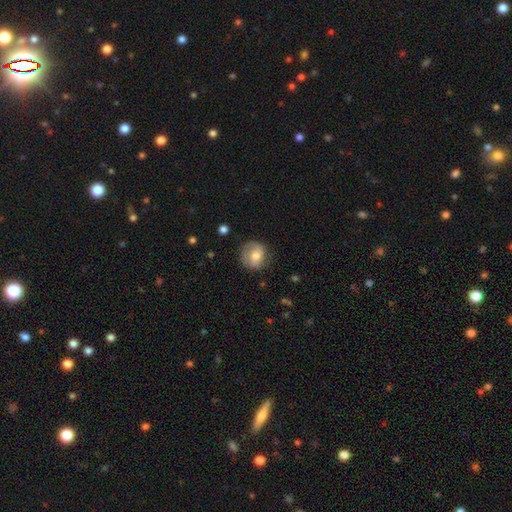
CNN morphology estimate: A smooth galaxy with no disk features (55%) that is round (81%).

Vote fractions:
- Smooth or featured? smooth: 55% / featured or disk: 37% / star or artifact: 8%
- How rounded? round: 81% / in between: 18% / cigar-shaped: 1%
- Merging? none: 71% / minor disturbance: 20% / major disturbance: 7% / merger: 1%